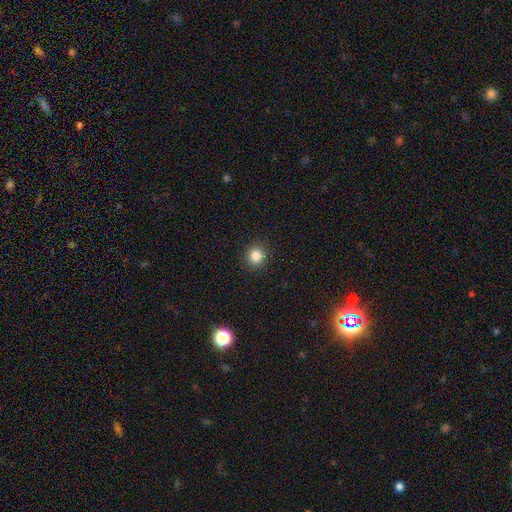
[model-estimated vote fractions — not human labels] smooth_or_featured: smooth (p=0.84) [alt: star or artifact p=0.11]
how_rounded: round (p=0.90) [alt: in between p=0.09]
merging: none (p=0.91) [alt: minor disturbance p=0.06]